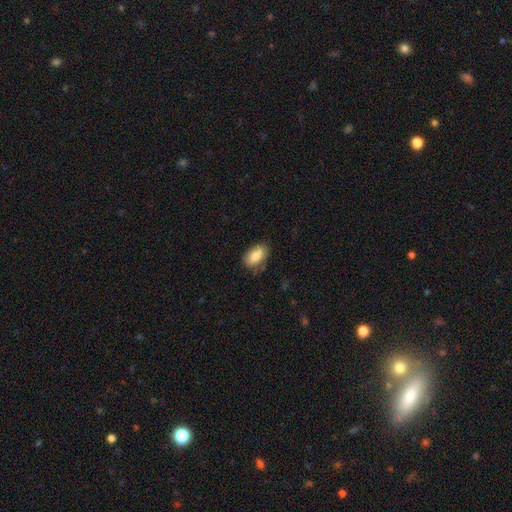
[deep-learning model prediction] Overall: smooth (82%). How rounded: in between (91%). Merging: none (77%).